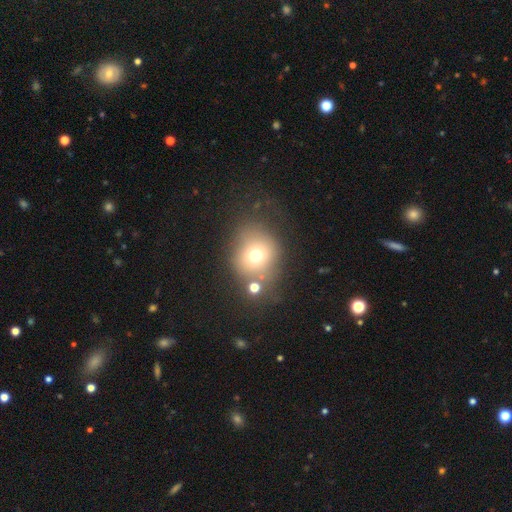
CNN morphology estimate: A smooth galaxy with no disk features (67%) that is round (78%).

Vote fractions:
- Smooth or featured? smooth: 67% / star or artifact: 17% / featured or disk: 16%
- How rounded? round: 78% / in between: 21% / cigar-shaped: 1%
- Merging? none: 59% / minor disturbance: 16% / merger: 14% / major disturbance: 11%